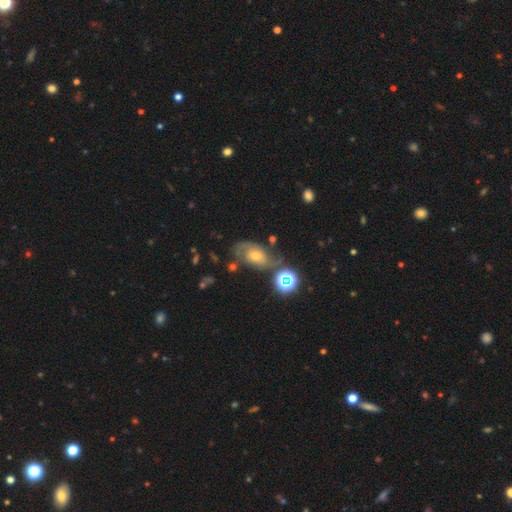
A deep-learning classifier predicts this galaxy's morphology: This appears to be a featured or disk galaxy (56%) with no bar (73%), spiral arms (80%) and a moderate central bulge (55%). Merging: none (54%).